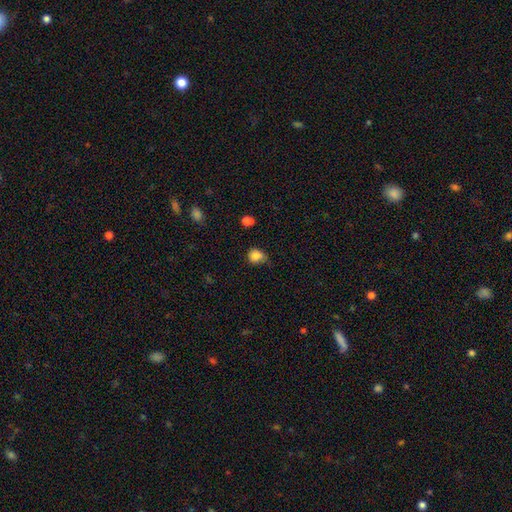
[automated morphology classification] The model was most divided on "merging": none: 51%, minor disturbance: 36%, major disturbance: 9%, merger: 4%. More confident: smooth or featured — smooth (83%); how rounded — round (70%).